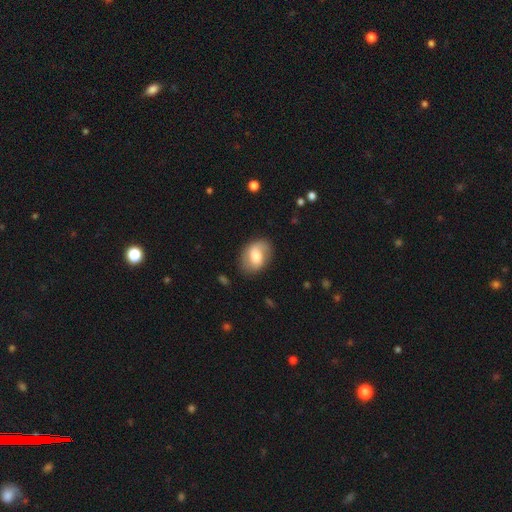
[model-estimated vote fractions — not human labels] Morphology: type=smooth (59%); roundness=in between (74%); merging=none (76%).